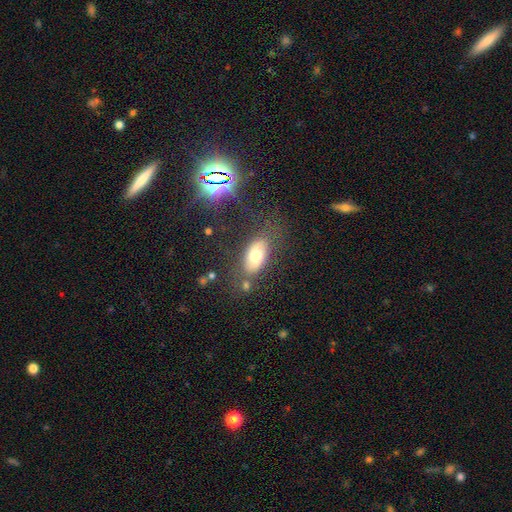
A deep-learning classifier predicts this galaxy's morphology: smooth 70%, featured or disk 21%, star or artifact 9%. Down the decision tree: how rounded — in between (89%); merging — none (69%).